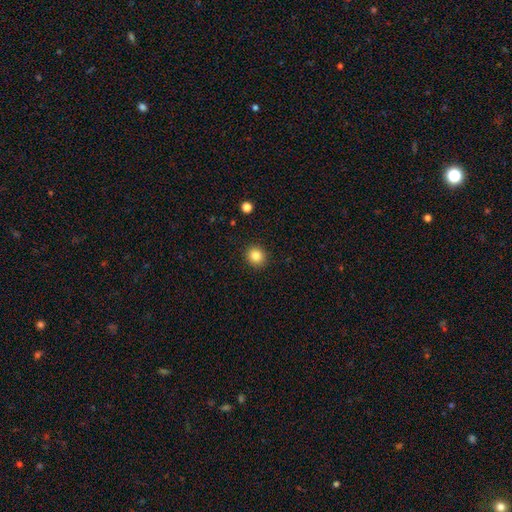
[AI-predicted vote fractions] Smooth or featured?
  - smooth: 84% *
  - star or artifact: 11%
  - featured or disk: 5%
How rounded?
  - round: 84% *
  - in between: 15%
  - cigar-shaped: 1%
Merging?
  - none: 91% *
  - minor disturbance: 6%
  - major disturbance: 2%
  - merger: 1%